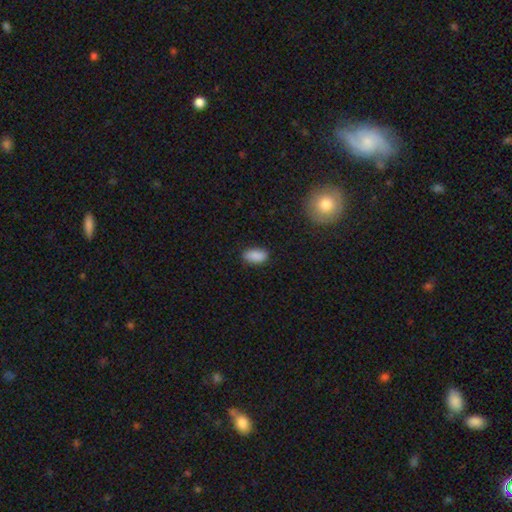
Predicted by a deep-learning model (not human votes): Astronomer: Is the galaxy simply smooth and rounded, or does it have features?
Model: smooth — 89%.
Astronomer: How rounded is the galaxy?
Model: in between — 93%.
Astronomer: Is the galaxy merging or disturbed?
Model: none — 84%.